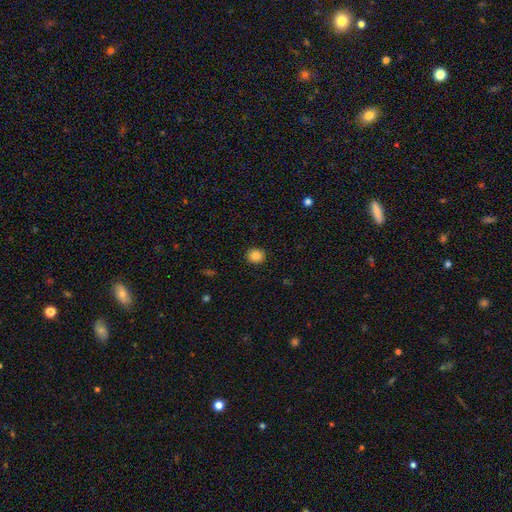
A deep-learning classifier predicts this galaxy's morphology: A smooth galaxy with no disk features (85%) that is round (84%).

Vote fractions:
- Smooth or featured? smooth: 85% / star or artifact: 10% / featured or disk: 5%
- How rounded? round: 84% / in between: 16% / cigar-shaped: 1%
- Merging? none: 92% / minor disturbance: 6% / major disturbance: 2% / merger: 1%